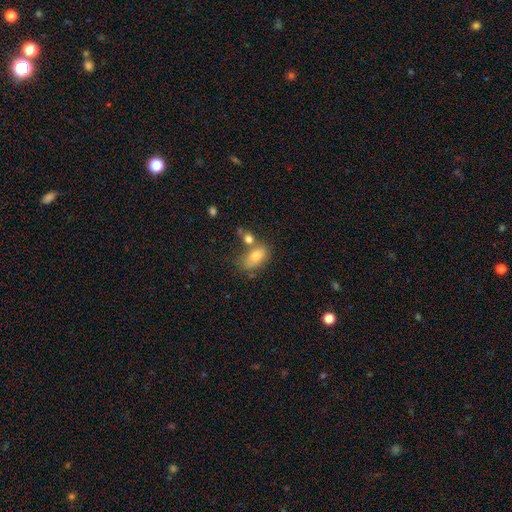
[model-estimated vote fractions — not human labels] Smooth or featured: smooth — 77% (featured or disk — 14%)
How rounded: in between — 87% (round — 6%)
Merging: none — 51% (merger — 24%)